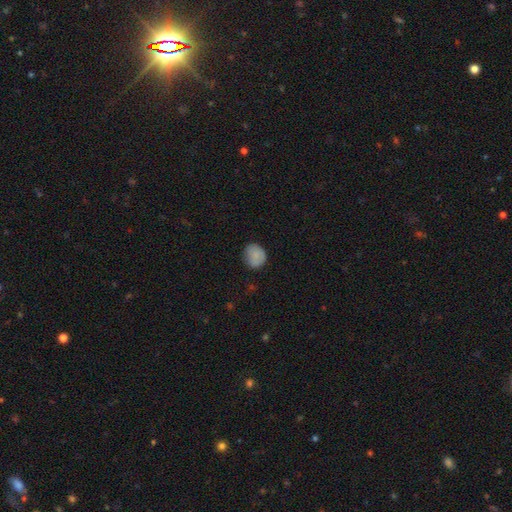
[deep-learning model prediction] A smooth galaxy with no disk features (84%) that is round (78%). Merging: none (76%).